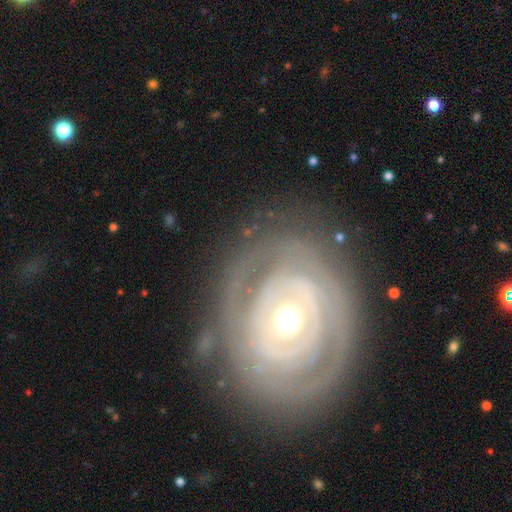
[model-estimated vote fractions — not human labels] A featured or disk galaxy (81%) with no bar (73%), spiral arms (62%) and a moderate central bulge (68%).

Vote fractions:
- Smooth or featured? featured or disk: 81% / smooth: 14% / star or artifact: 5%
- Edge-on disk? no: 96% / yes: 4%
- Bar? no: 73% / weak: 17% / strong: 10%
- Spiral arms? yes: 62% / no: 38%
- Bulge size? moderate: 68% / small: 20% / large: 10% / dominant: 1% / none: 1%
- Merging? none: 78% / minor disturbance: 14% / major disturbance: 7% / merger: 2%